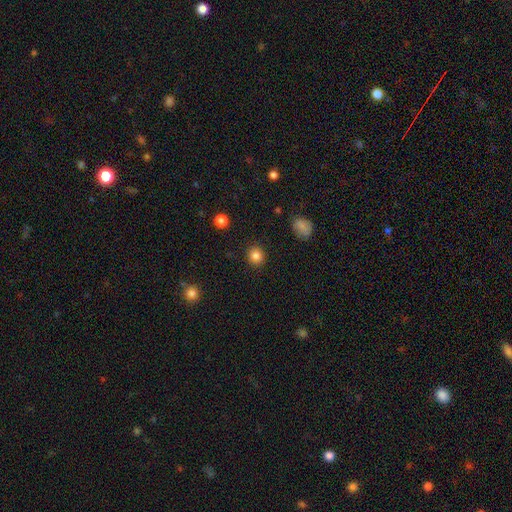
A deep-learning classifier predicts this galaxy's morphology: smooth-or-featured: smooth: 84% | star or artifact: 11% | featured or disk: 5%
  how-rounded: round: 88% | in between: 11% | cigar-shaped: 1%
  merging: none: 91% | minor disturbance: 6% | major disturbance: 2% | merger: 1%